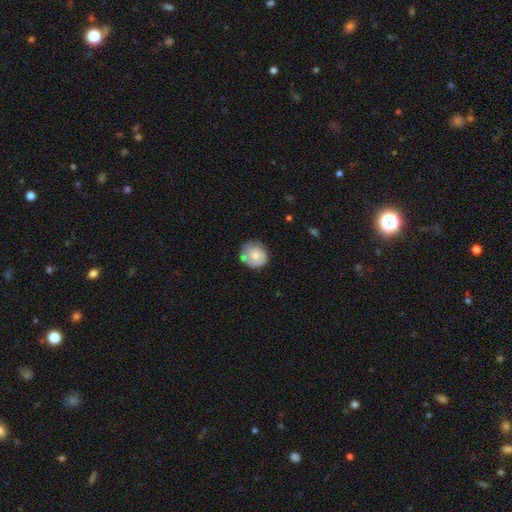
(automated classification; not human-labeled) A smooth galaxy with no disk features (66%) that is round (82%).

Vote fractions:
- Smooth or featured? smooth: 66% / featured or disk: 27% / star or artifact: 7%
- How rounded? round: 82% / in between: 17% / cigar-shaped: 1%
- Merging? none: 66% / minor disturbance: 24% / major disturbance: 6% / merger: 4%